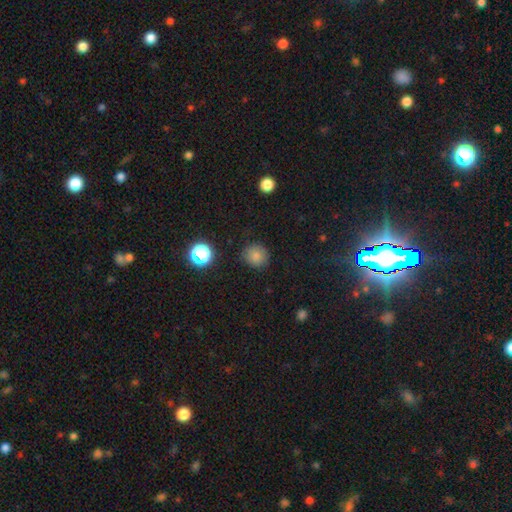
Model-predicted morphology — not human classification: Overall: smooth (80%). How rounded: round (88%). Merging: none (84%).